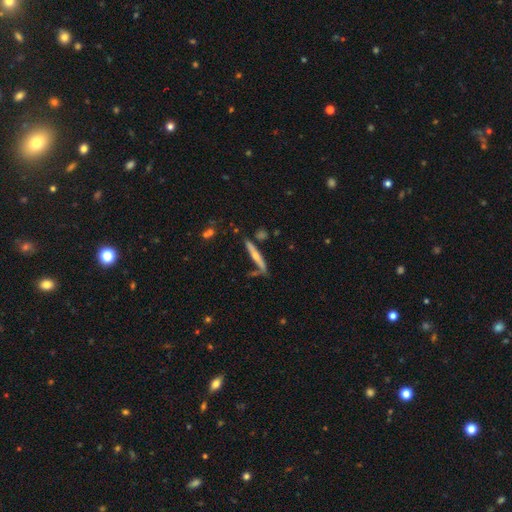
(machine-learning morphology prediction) Smooth or featured: featured or disk — 59% (smooth — 35%)
Edge-on disk: yes — 94% (no — 6%)
Edge-on bulge: rounded — 82% (none — 14%)
Merging: none — 73% (minor disturbance — 15%)